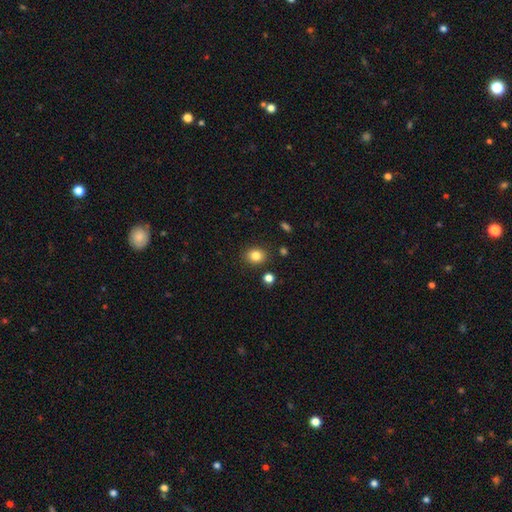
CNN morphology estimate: This is clearly a smooth galaxy (83%). How rounded: likely round (62%). Merging: clearly none (86%).